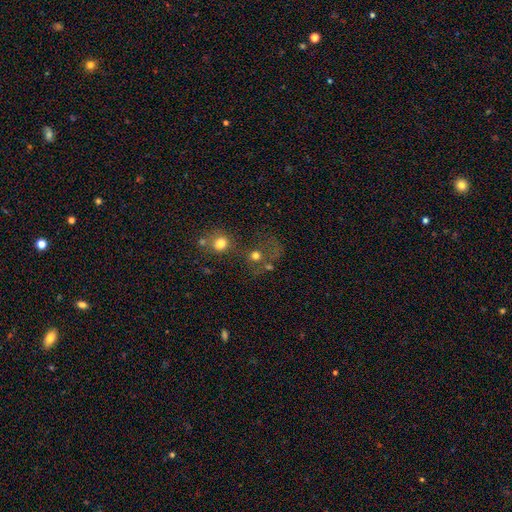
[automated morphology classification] Smooth or featured: smooth — 67% (star or artifact — 19%)
How rounded: round — 85% (in between — 14%)
Merging: none — 45% (merger — 31%)